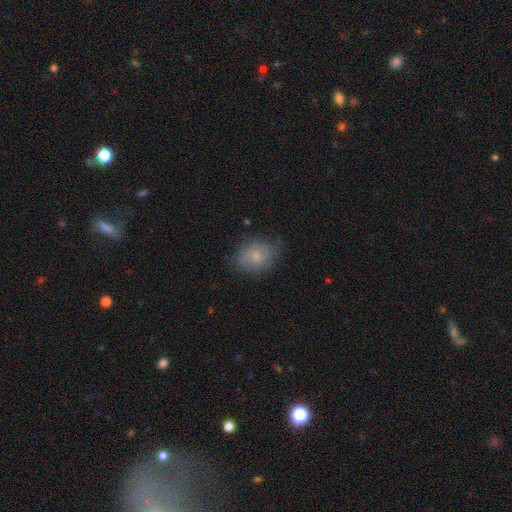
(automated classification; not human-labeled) A smooth galaxy with no disk features (71%) that is in between round and cigar-shaped (59%). Merging: none (69%).